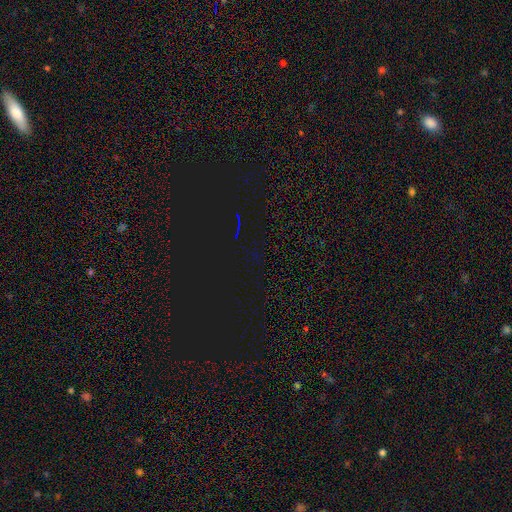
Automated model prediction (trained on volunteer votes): Q: Smooth or featured?
A: star or artifact (83%); runner-up: smooth (10%)